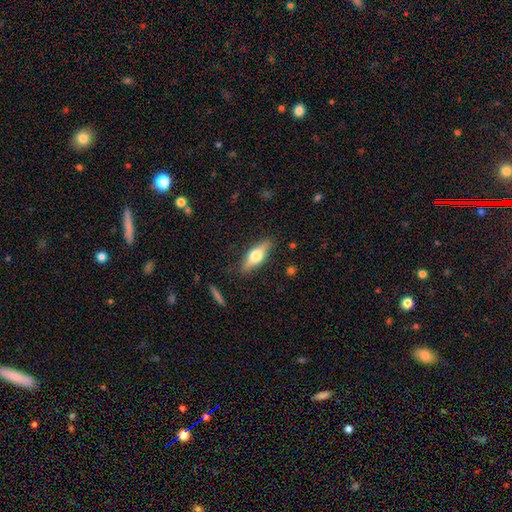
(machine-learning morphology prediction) Smooth or featured? featured or disk (49%)
Merging? none (86%)